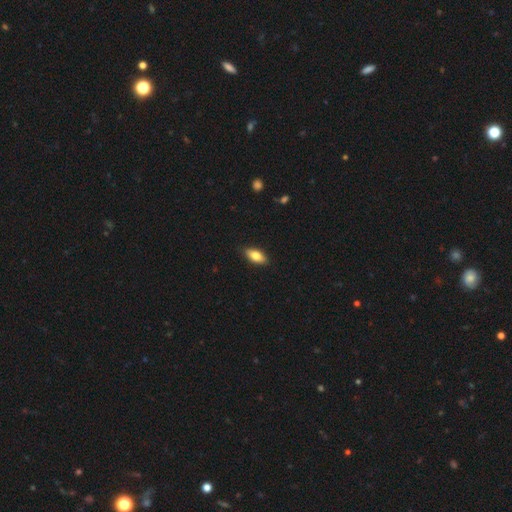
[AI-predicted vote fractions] Smooth or featured? smooth (80%)
How rounded? in between (87%)
Merging? none (88%)